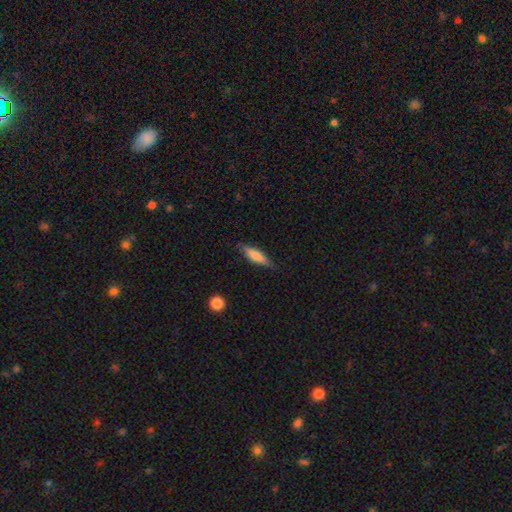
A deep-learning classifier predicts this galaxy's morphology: Q: Smooth or featured?
A: smooth (70%); runner-up: featured or disk (24%)
Q: How rounded?
A: cigar-shaped (72%); runner-up: in between (27%)
Q: Merging?
A: none (83%); runner-up: minor disturbance (13%)